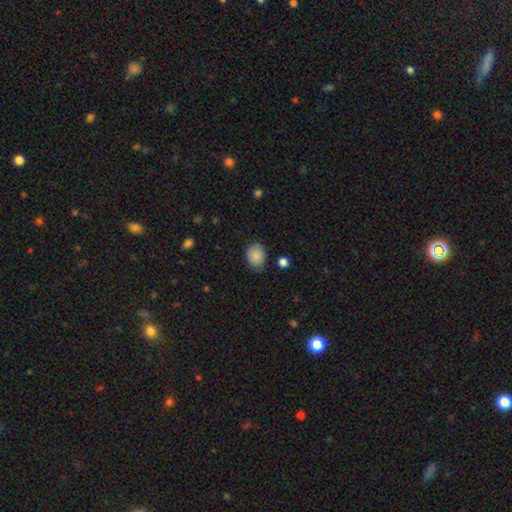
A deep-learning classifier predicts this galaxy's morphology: Smooth or featured: smooth — 88% (star or artifact — 8%)
How rounded: in between — 50% (round — 49%)
Merging: none — 76% (minor disturbance — 19%)